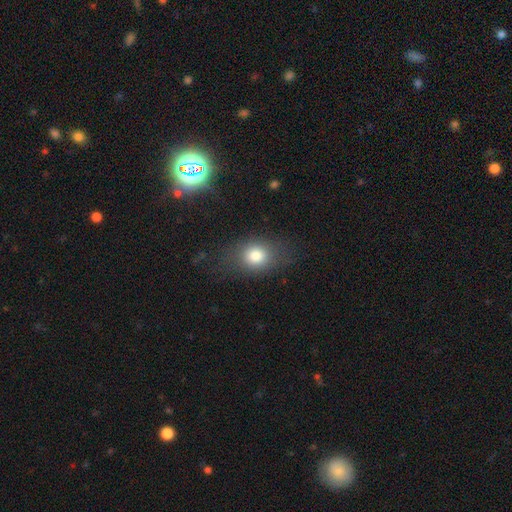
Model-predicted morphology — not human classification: A smooth galaxy with no disk features (79%) that is in between round and cigar-shaped (57%). Merging: none (71%).